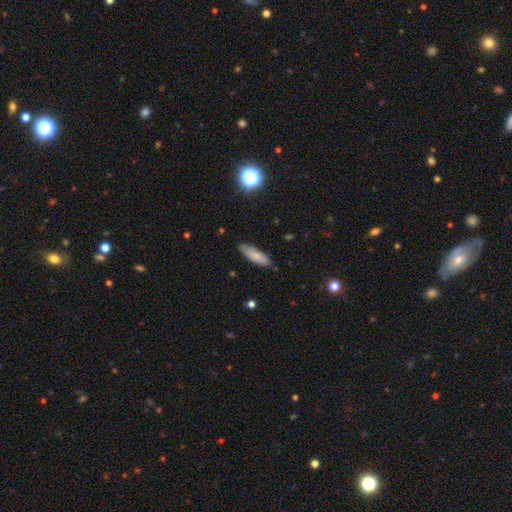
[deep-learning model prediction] smooth 80%, featured or disk 13%, star or artifact 7%. Down the decision tree: how rounded — in between (51%); merging — none (84%).